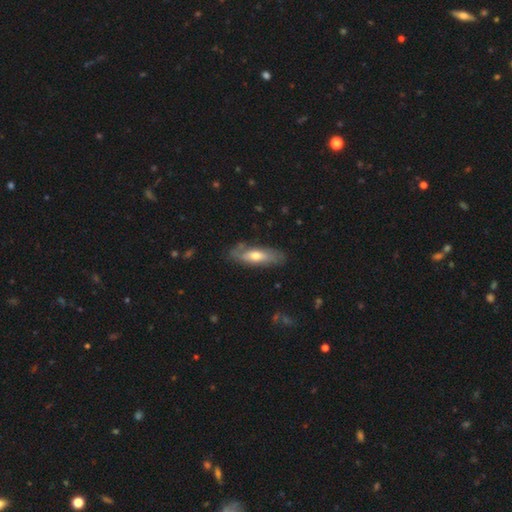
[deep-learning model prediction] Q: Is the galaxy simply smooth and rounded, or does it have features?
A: smooth — 51%.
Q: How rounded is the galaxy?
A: in between — 55%.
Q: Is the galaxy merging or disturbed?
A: none — 72%.